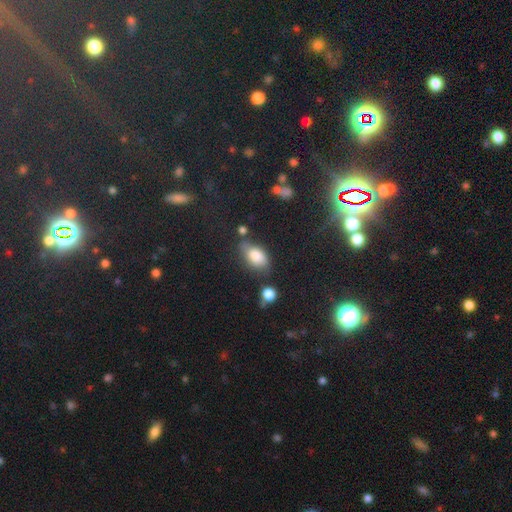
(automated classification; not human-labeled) smooth_or_featured: smooth (p=0.79) [alt: featured or disk p=0.11]
how_rounded: in between (p=0.86) [alt: round p=0.10]
merging: none (p=0.54) [alt: minor disturbance p=0.27]